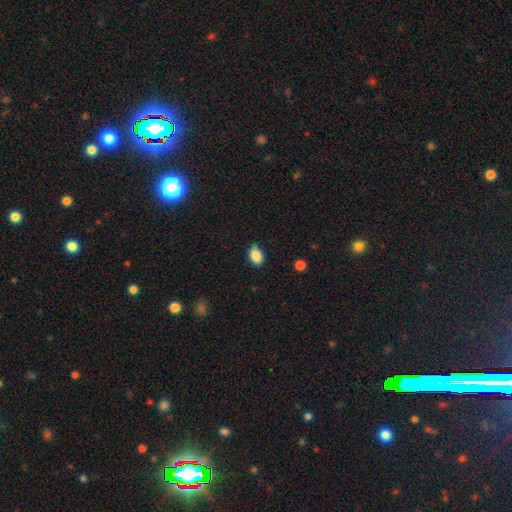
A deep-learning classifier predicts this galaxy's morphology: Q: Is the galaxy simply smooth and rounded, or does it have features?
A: smooth — 89%.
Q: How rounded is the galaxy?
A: in between — 83%.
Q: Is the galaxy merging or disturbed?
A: none — 86%.